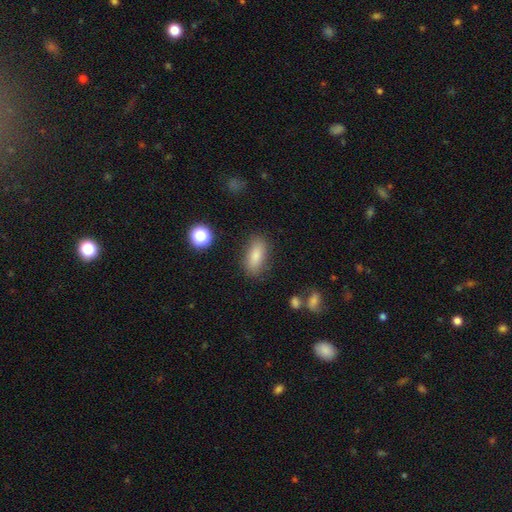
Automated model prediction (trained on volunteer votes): Overall: smooth (82%). How rounded: in between (80%). Merging: none (81%).